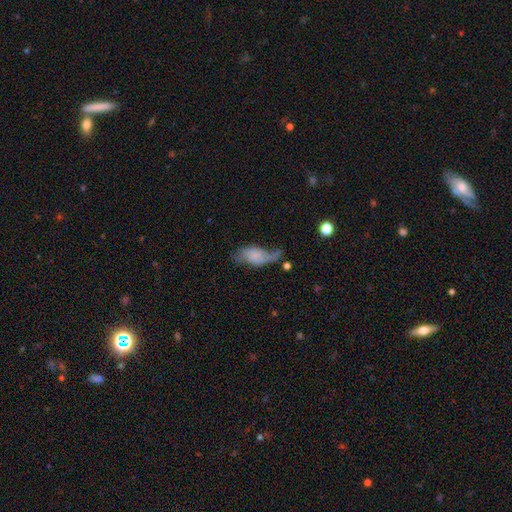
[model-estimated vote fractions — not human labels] Smooth or featured? smooth (47%)
Merging? major disturbance (33%)